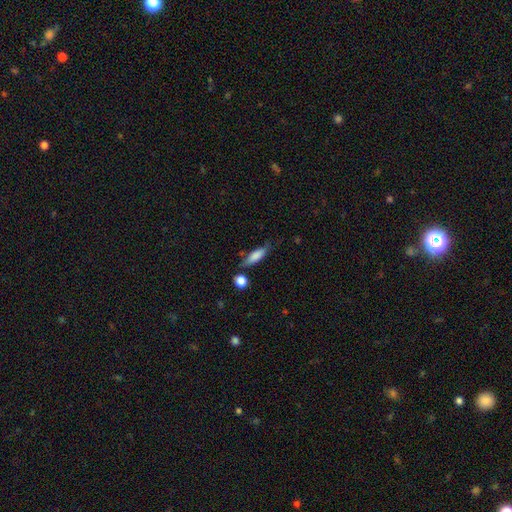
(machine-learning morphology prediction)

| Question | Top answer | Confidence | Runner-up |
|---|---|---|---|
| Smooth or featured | smooth | 78% | featured or disk (15%) |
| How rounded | cigar-shaped | 50% | in between (47%) |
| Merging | none | 64% | minor disturbance (22%) |